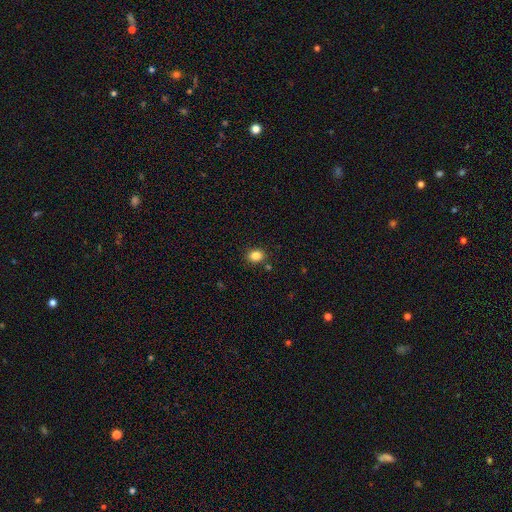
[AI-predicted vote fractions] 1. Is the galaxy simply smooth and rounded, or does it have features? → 84% smooth, 11% star or artifact, 5% featured or disk.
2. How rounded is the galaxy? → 58% round, 41% in between, 1% cigar-shaped.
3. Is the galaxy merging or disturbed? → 86% none, 9% minor disturbance, 3% merger, 2% major disturbance.